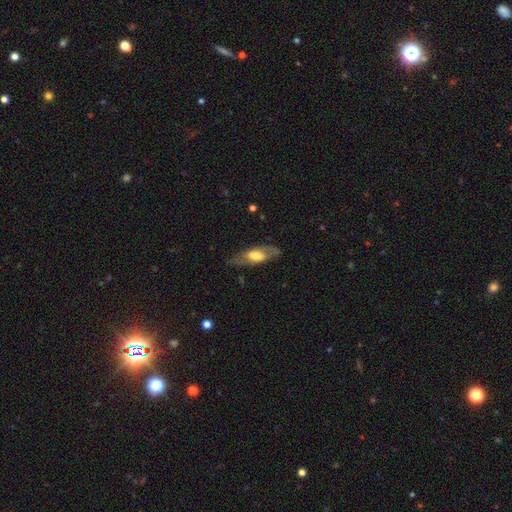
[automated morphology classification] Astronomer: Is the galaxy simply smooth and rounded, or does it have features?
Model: featured or disk — 53% (runner-up: smooth, 41%).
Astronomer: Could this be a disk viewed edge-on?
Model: no — 67%.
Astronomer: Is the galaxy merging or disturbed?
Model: none — 73%.